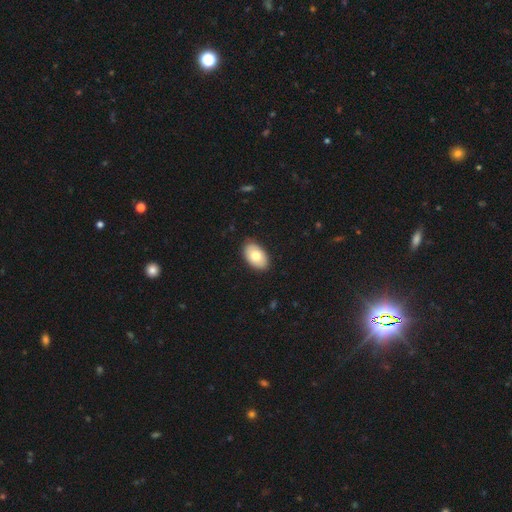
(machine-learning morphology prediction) This appears to be a smooth galaxy with no disk features (74%) that is in between round and cigar-shaped (93%). Merging: none (88%).